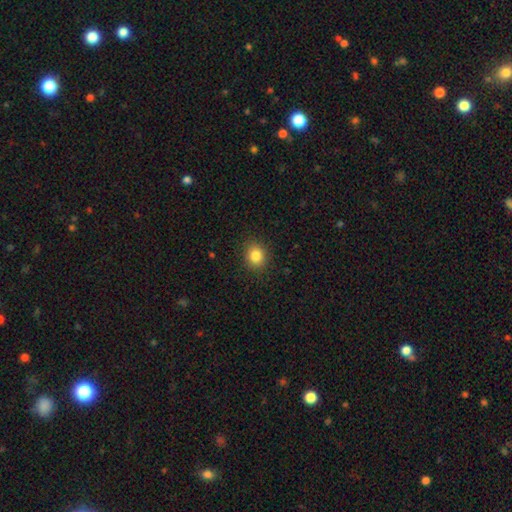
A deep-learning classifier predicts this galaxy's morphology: Smooth or featured? smooth (84%)
How rounded? round (71%)
Merging? none (89%)